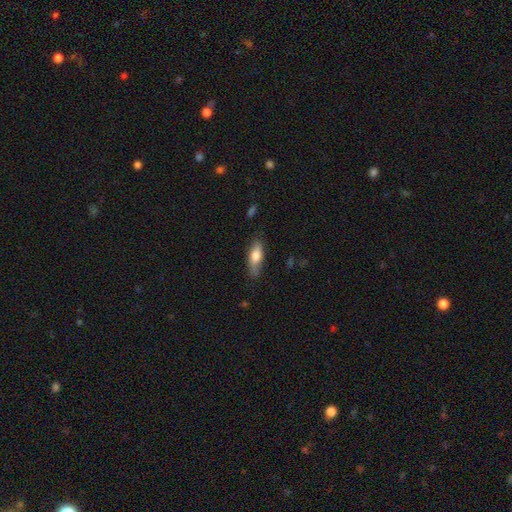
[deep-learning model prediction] Smooth or featured: smooth — 68% (featured or disk — 26%)
How rounded: in between — 58% (cigar-shaped — 39%)
Merging: none — 74% (minor disturbance — 20%)